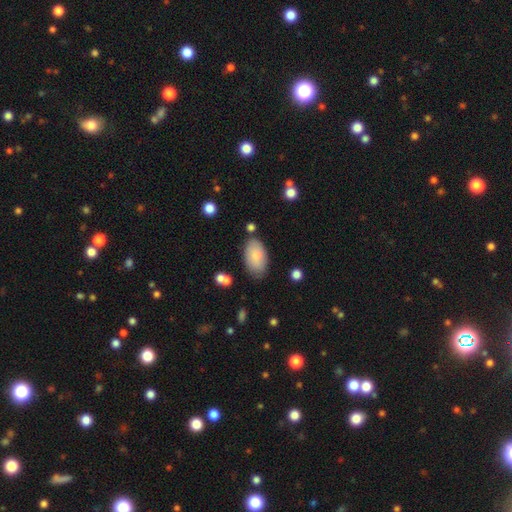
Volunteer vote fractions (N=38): Smooth or featured? smooth (76%)
How rounded? in between (93%)
Merging? none (69%)